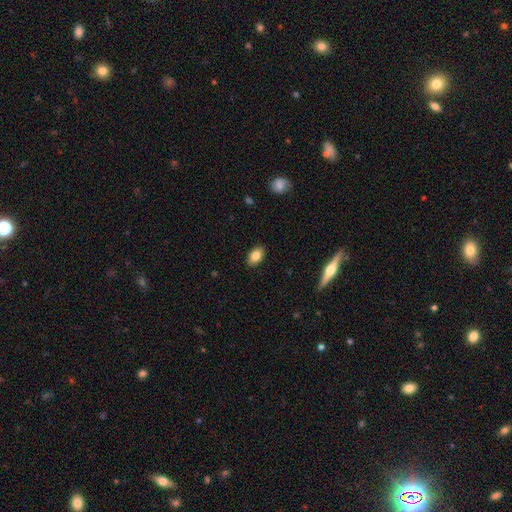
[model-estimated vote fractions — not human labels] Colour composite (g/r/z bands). It shows a smooth galaxy with no disk features (82%) that is in between round and cigar-shaped (89%). Merging: none (88%).